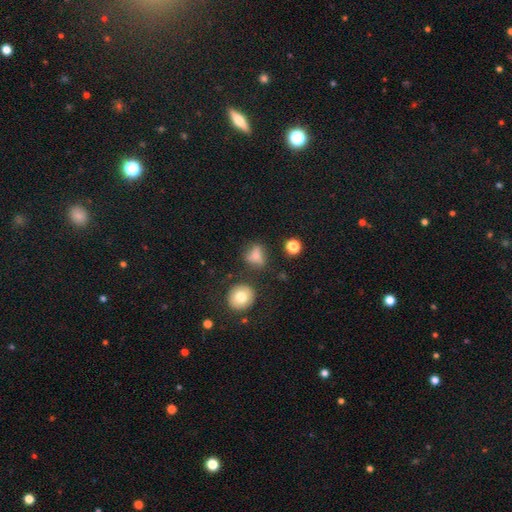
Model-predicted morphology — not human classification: The model was most divided on "how rounded": round: 53%, in between: 43%, cigar-shaped: 4%. More confident: smooth or featured — smooth (71%); merging — none (58%).